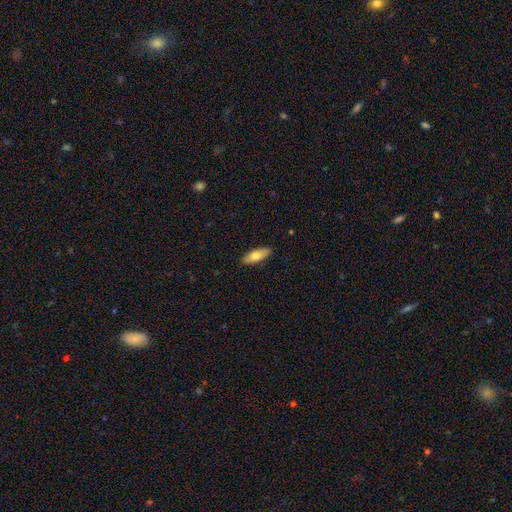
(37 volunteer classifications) smooth-or-featured: smooth: 51% | featured or disk: 41% | star or artifact: 8%
  how-rounded: in between: 63% | cigar-shaped: 32% | round: 5%
  merging: none: 85% | minor disturbance: 9% | major disturbance: 6% | merger: 0%